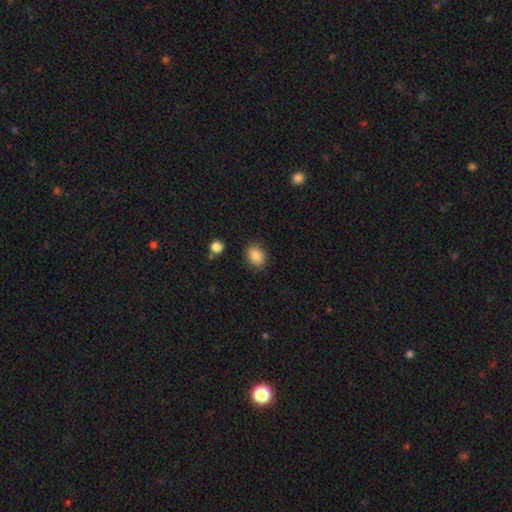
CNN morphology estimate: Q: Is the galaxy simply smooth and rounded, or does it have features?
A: smooth — 86%.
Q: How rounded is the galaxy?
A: in between — 67%.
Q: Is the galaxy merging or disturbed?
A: none — 85%.